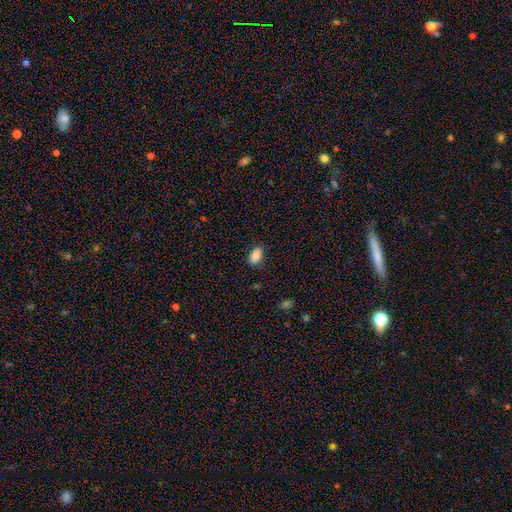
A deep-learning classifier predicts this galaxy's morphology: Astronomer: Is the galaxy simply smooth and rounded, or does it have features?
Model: smooth — 88%.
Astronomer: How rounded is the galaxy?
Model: in between — 92%.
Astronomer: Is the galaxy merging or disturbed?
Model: none — 82%.